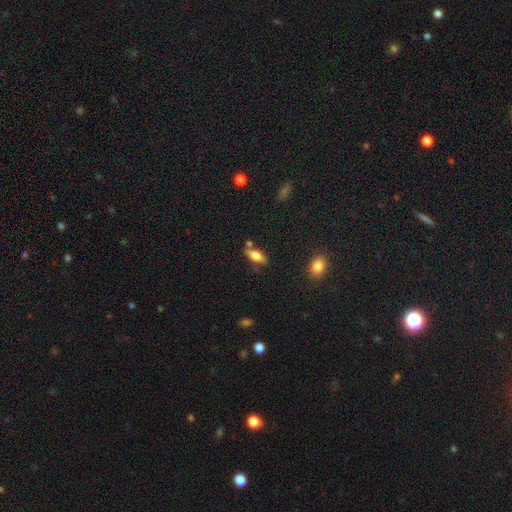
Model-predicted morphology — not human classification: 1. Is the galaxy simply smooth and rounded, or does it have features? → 67% smooth, 25% featured or disk, 8% star or artifact.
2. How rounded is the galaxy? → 72% in between, 25% cigar-shaped, 3% round.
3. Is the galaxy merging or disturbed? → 69% none, 16% minor disturbance, 11% merger, 4% major disturbance.